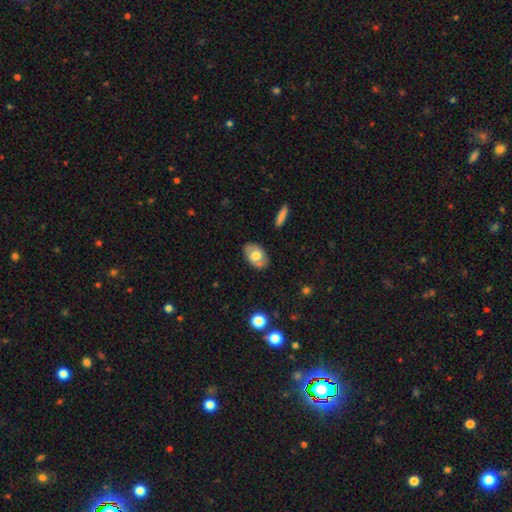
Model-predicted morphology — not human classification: A smooth galaxy with no disk features (62%) that is in between round and cigar-shaped (88%).

Vote fractions:
- Smooth or featured? smooth: 62% / featured or disk: 32% / star or artifact: 7%
- How rounded? in between: 88% / round: 11% / cigar-shaped: 2%
- Merging? none: 78% / minor disturbance: 15% / merger: 4% / major disturbance: 3%